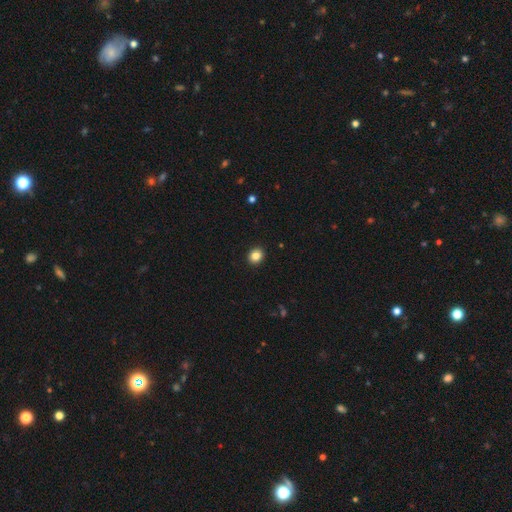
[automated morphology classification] A smooth galaxy with no disk features (85%) that is round (73%).

Vote fractions:
- Smooth or featured? smooth: 85% / star or artifact: 10% / featured or disk: 5%
- How rounded? round: 73% / in between: 26% / cigar-shaped: 1%
- Merging? none: 92% / minor disturbance: 5% / major disturbance: 2% / merger: 1%